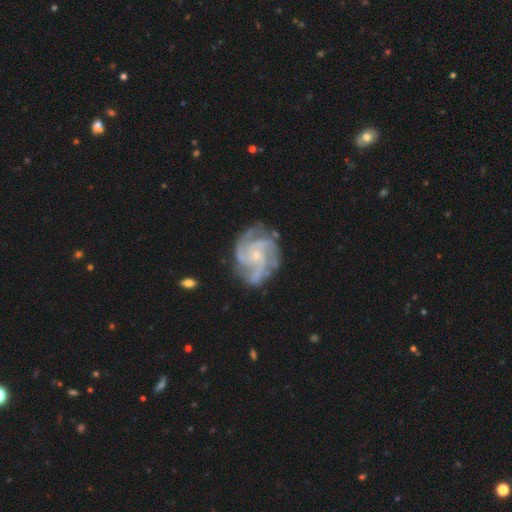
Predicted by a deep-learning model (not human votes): The model was most divided on "spiral arm count": 3: 35%, 4: 33%, can't tell: 10%, 2: 8%, more than 4: 8%, 1: 6%. Remaining: spiral arms — yes (98%); edge-on disk — no (98%); smooth or featured — featured or disk (91%); bulge size — small (79%); merging — none (75%); bar — no (71%); spiral winding — tight (47%).